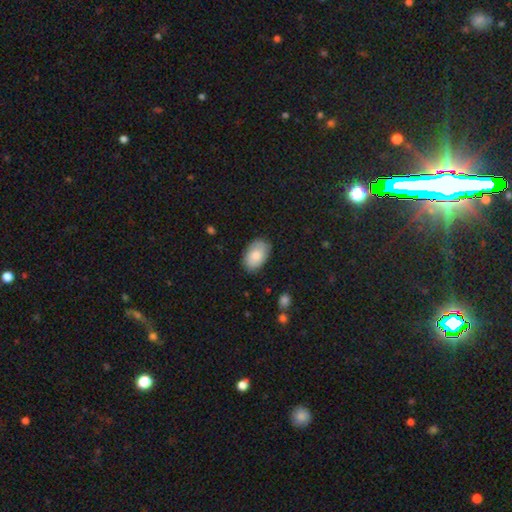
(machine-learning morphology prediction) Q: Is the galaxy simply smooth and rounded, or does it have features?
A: smooth — 75%.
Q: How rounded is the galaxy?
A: in between — 91%.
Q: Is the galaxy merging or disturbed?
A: none — 81%.